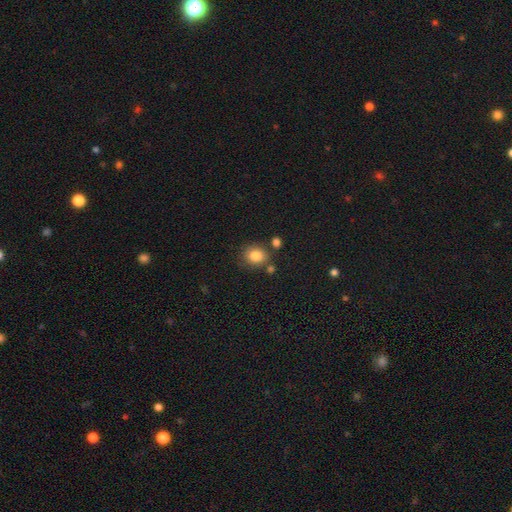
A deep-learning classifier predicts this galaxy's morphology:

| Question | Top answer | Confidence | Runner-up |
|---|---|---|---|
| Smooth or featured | smooth | 84% | star or artifact (10%) |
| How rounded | round | 70% | in between (29%) |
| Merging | none | 74% | minor disturbance (13%) |